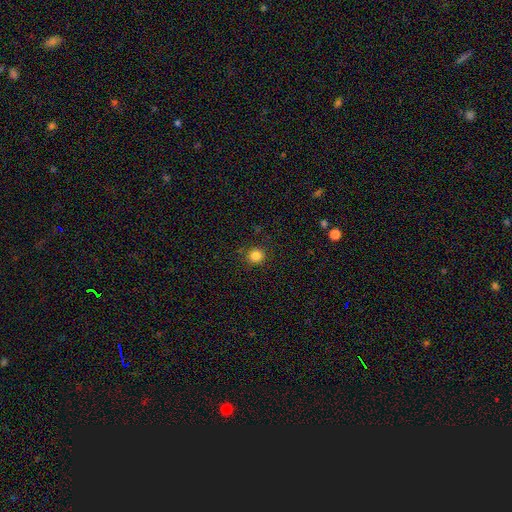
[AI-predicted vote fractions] smooth_or_featured: smooth (p=0.84) [alt: star or artifact p=0.12]
how_rounded: round (p=0.93) [alt: in between p=0.06]
merging: none (p=0.90) [alt: minor disturbance p=0.06]